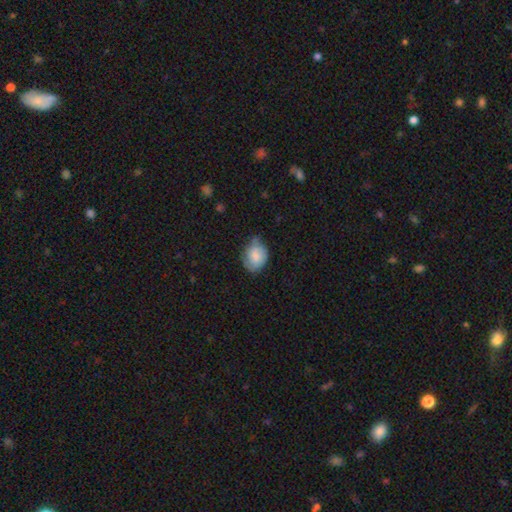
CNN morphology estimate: Smooth or featured? smooth (74%)
How rounded? in between (65%)
Merging? none (52%)